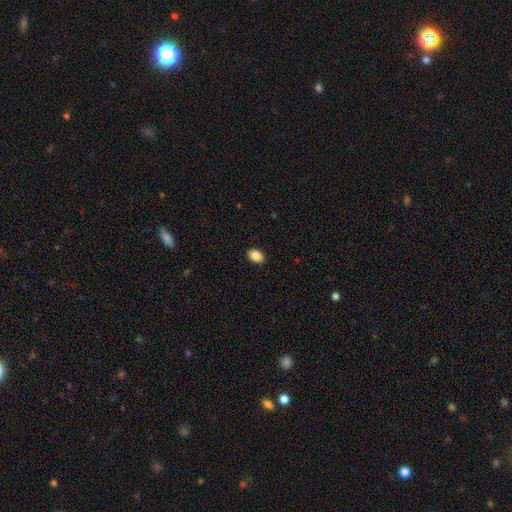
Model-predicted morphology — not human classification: Q: Smooth or featured?
A: smooth (88%); runner-up: star or artifact (8%)
Q: How rounded?
A: in between (83%); runner-up: round (16%)
Q: Merging?
A: none (90%); runner-up: minor disturbance (8%)